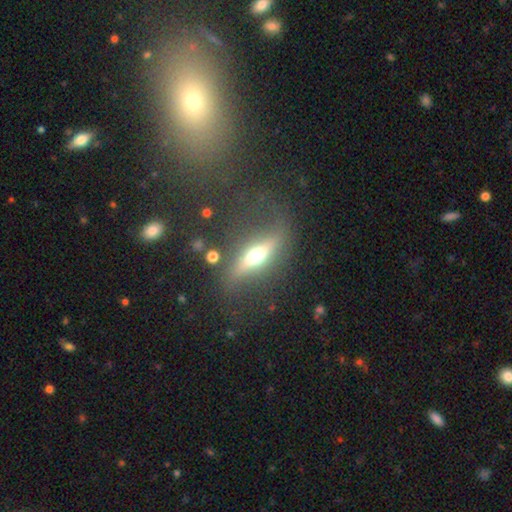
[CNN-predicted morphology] type=featured or disk (57%); edge-on=yes (78%); merging=none (69%).